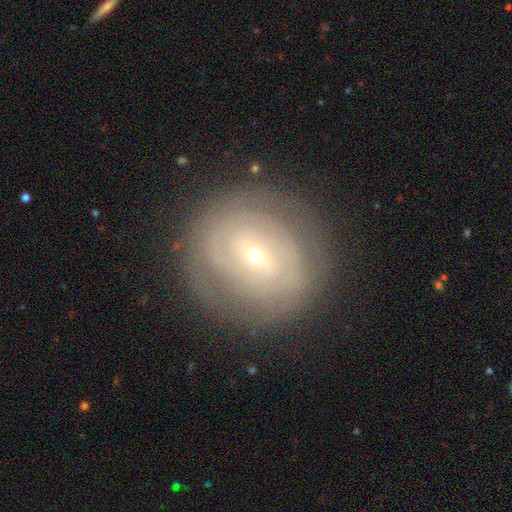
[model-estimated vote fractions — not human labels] The model was most divided on "spiral arms": yes: 54%, no: 46%. Remaining: edge-on disk — no (96%); merging — none (81%); bulge size — small (77%); smooth or featured — featured or disk (64%); bar — no (49%).